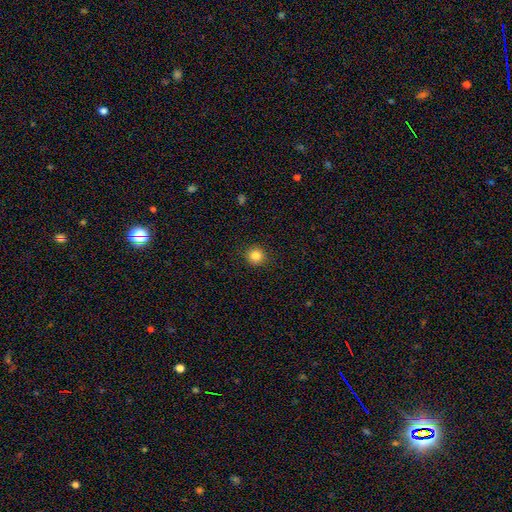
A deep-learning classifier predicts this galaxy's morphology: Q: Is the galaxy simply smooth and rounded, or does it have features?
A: smooth — 84%.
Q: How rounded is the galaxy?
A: round — 93%.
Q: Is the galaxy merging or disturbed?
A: none — 91%.